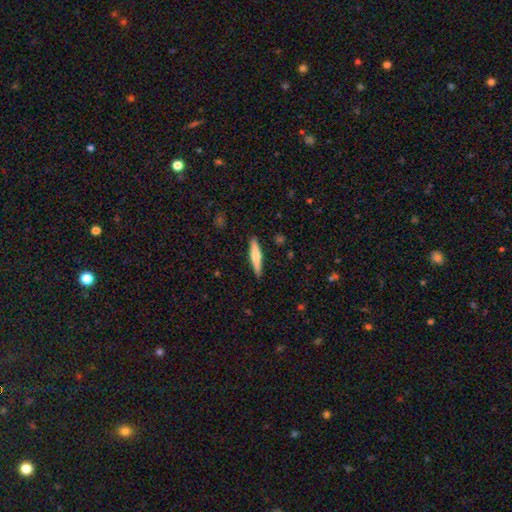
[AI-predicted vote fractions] Smooth or featured: smooth — 50% (featured or disk — 44%)
How rounded: cigar-shaped — 88% (in between — 11%)
Merging: none — 89% (minor disturbance — 8%)